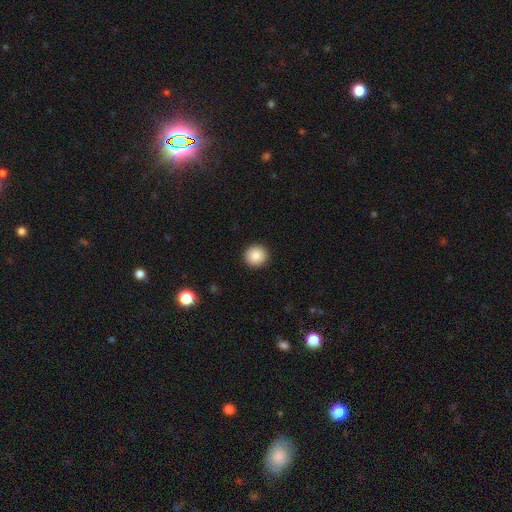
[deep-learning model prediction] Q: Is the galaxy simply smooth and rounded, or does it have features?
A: smooth — 86%.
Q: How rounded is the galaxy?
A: round — 94%.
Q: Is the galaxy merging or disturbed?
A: none — 93%.